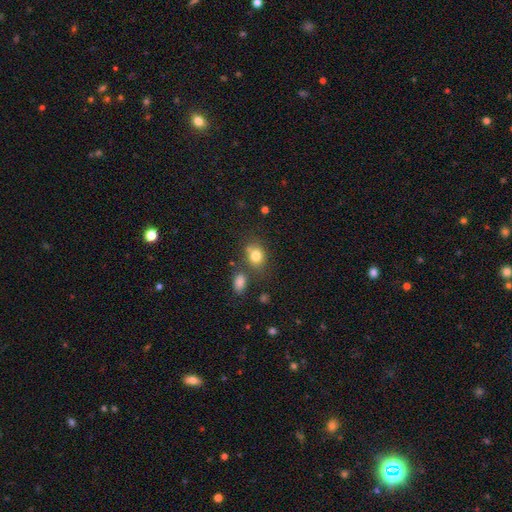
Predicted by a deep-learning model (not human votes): This is likely a smooth galaxy (80%). How rounded: possibly round (51%). Merging: likely none (60%).